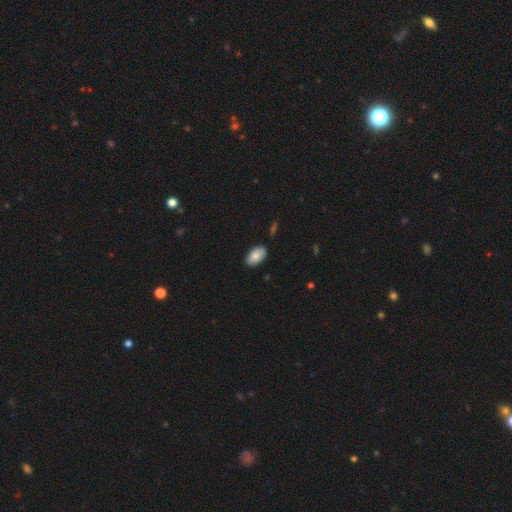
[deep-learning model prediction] Smooth or featured? smooth (81%)
How rounded? in between (95%)
Merging? none (85%)